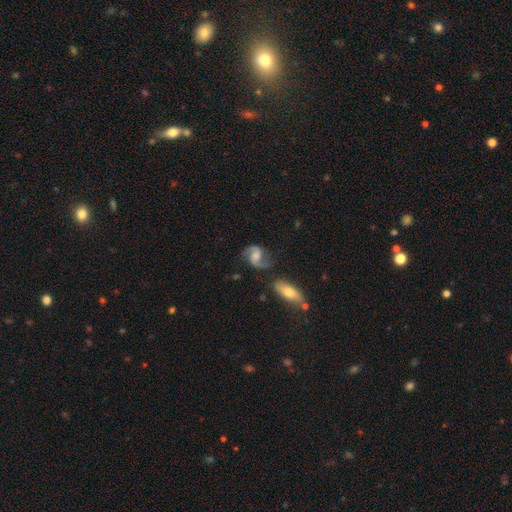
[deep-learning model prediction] smooth_or_featured: featured or disk (p=0.84) [alt: smooth p=0.10]
disk_edge_on: no (p=0.97) [alt: yes p=0.03]
bar: no (p=0.52) [alt: weak p=0.38]
has_spiral_arms: yes (p=0.96) [alt: no p=0.04]
spiral_winding: medium (p=0.47) [alt: loose p=0.42]
spiral_arm_count: 2 (p=0.93) [alt: can't tell p=0.02]
bulge_size: moderate (p=0.36) [alt: small p=0.23]
merging: none (p=0.70) [alt: minor disturbance p=0.17]